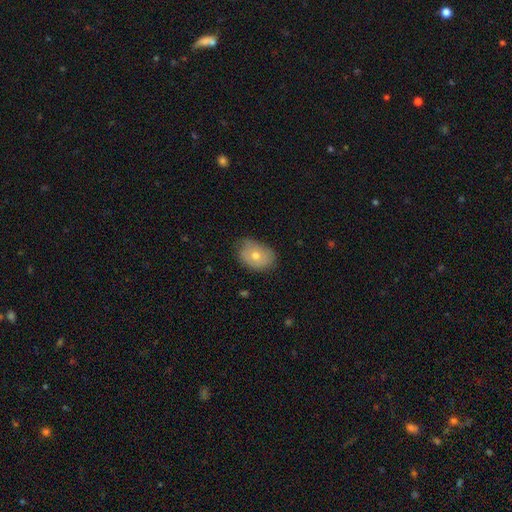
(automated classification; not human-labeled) Smooth or featured? smooth (60%)
How rounded? in between (69%)
Merging? none (68%)